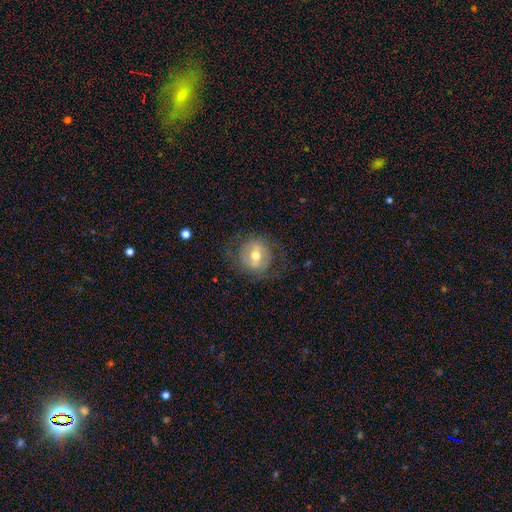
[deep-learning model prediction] Overall: featured or disk (60%; smooth 33%). Edge-on disk: no (95%). Bar: weak (42%; strong 36%). Spiral arms: yes (52%; no 48%). Bulge size: moderate (75%). Merging: none (73%).